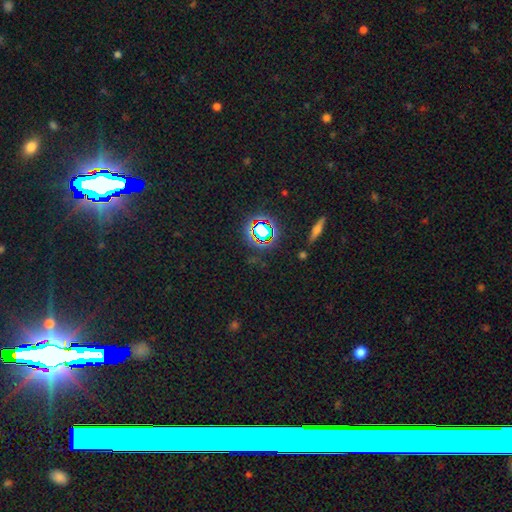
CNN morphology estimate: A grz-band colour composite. It shows a star or artifact, not a galaxy (66%).